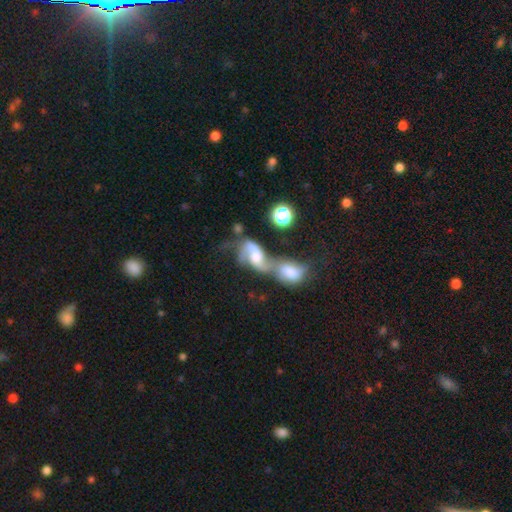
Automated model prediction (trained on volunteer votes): This is likely a featured or disk galaxy (68%). It is clearly not viewed edge-on (96%). Bar: possibly no (47%). Spiral arm pattern: clearly yes (85%). Spiral arm count: clearly 2 (82%). Spiral winding: likely loose (66%). Central bulge: marginally moderate (42%). Merging: likely merger (76%).